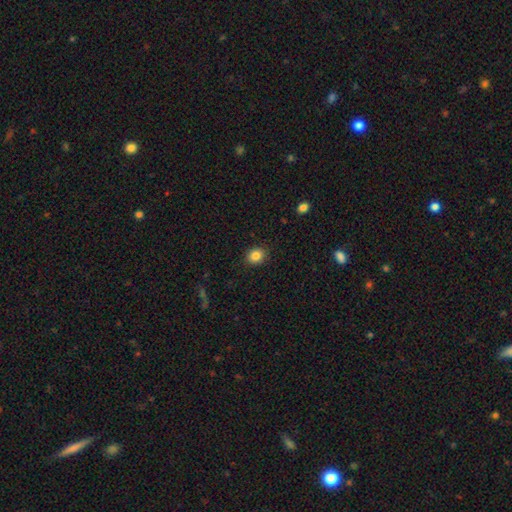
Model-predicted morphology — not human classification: Overall: smooth (85%). How rounded: round (58%; in between 41%). Merging: none (89%).